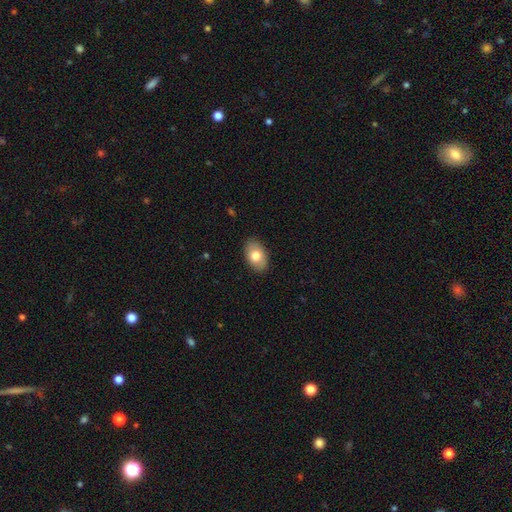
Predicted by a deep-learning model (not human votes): Smooth or featured: smooth — 76% (featured or disk — 17%)
How rounded: in between — 89% (round — 9%)
Merging: none — 88% (minor disturbance — 9%)